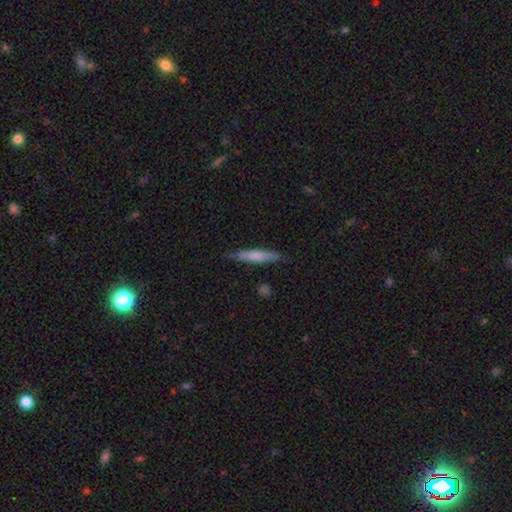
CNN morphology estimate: This is likely a smooth galaxy (67%). How rounded: clearly cigar-shaped (94%). Merging: clearly none (85%).